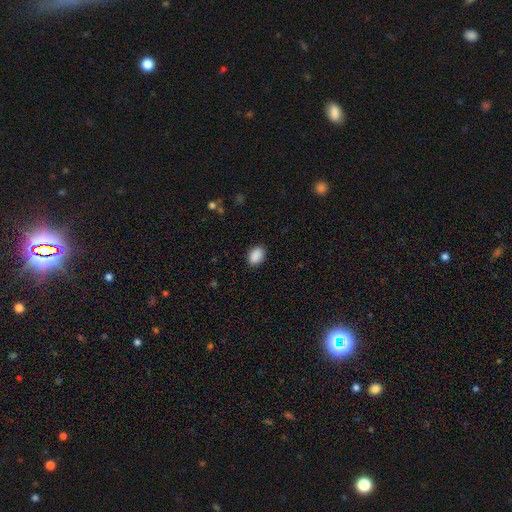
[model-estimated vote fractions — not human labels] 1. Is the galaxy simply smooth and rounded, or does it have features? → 90% smooth, 8% star or artifact, 3% featured or disk.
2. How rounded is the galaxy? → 79% in between, 20% round, 1% cigar-shaped.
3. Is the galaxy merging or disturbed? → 87% none, 9% minor disturbance, 2% major disturbance, 1% merger.